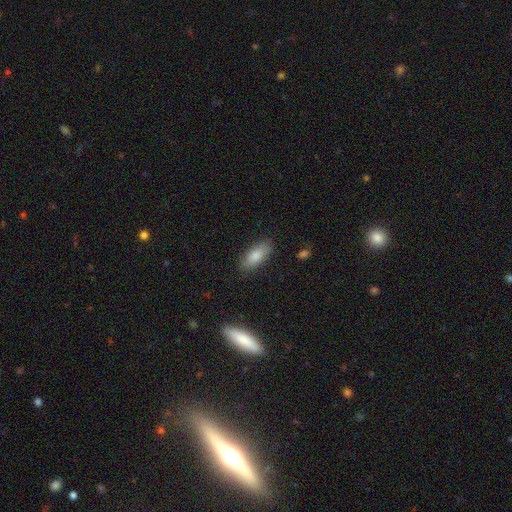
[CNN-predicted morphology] Smooth or featured?
  - smooth: 82% *
  - featured or disk: 11%
  - star or artifact: 7%
How rounded?
  - in between: 79% *
  - cigar-shaped: 19%
  - round: 2%
Merging?
  - none: 86% *
  - minor disturbance: 10%
  - major disturbance: 3%
  - merger: 1%